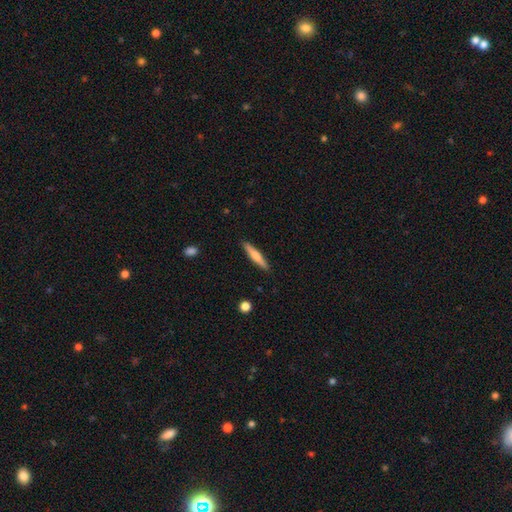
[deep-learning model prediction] Q: Smooth or featured?
A: smooth (61%); runner-up: featured or disk (34%)
Q: How rounded?
A: cigar-shaped (90%); runner-up: in between (8%)
Q: Merging?
A: none (90%); runner-up: minor disturbance (7%)